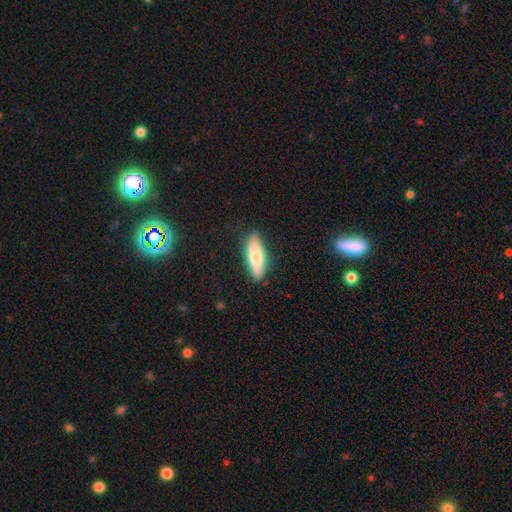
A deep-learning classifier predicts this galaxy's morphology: Smooth or featured: smooth — 69% (featured or disk — 25%)
How rounded: in between — 52% (cigar-shaped — 46%)
Merging: none — 79% (minor disturbance — 15%)